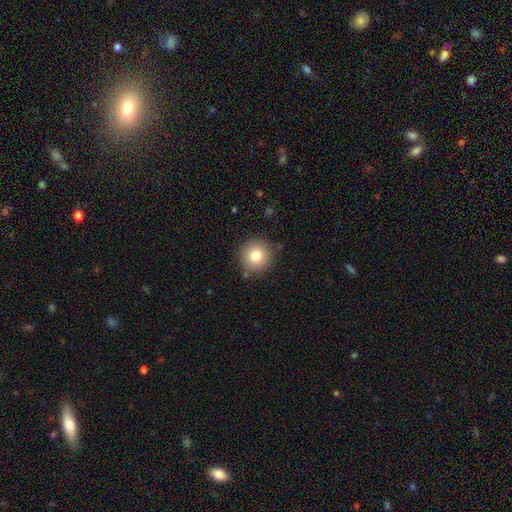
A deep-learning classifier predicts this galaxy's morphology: Smooth or featured?
  - smooth: 80% *
  - star or artifact: 10%
  - featured or disk: 9%
How rounded?
  - round: 95% *
  - in between: 4%
  - cigar-shaped: 1%
Merging?
  - none: 87% *
  - minor disturbance: 8%
  - major disturbance: 2%
  - merger: 2%